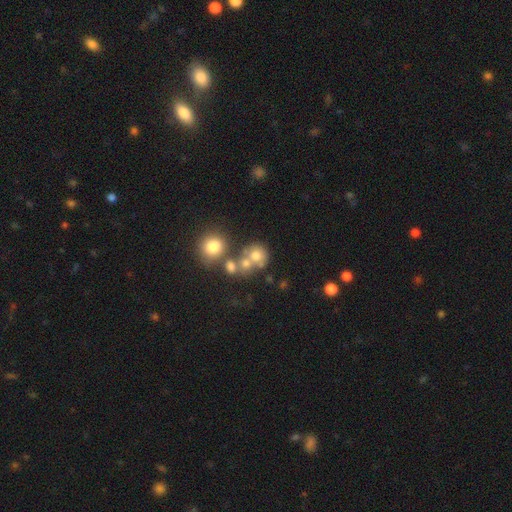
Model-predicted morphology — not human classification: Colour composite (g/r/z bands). It shows a smooth galaxy with no disk features (65%) that is round (79%). Merging: merger (43%).